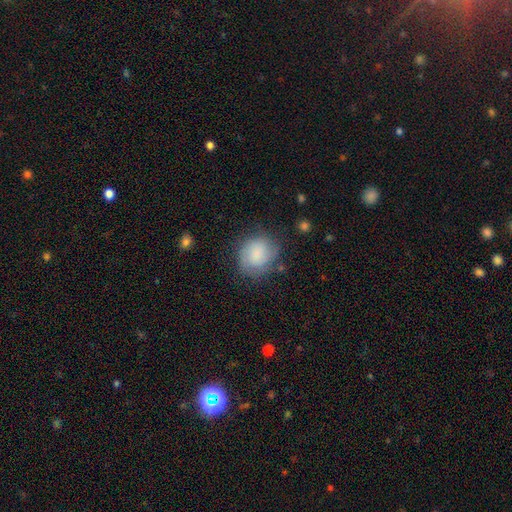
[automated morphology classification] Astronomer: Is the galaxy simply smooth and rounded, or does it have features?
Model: smooth — 70%.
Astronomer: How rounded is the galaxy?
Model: round — 74%.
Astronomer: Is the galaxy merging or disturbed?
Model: none — 68%.